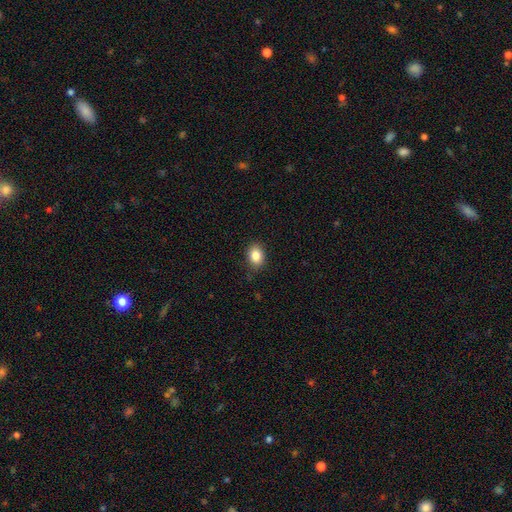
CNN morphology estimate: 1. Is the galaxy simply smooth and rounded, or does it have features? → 85% smooth, 9% star or artifact, 6% featured or disk.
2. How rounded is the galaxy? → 65% in between, 34% round, 1% cigar-shaped.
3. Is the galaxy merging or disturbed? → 85% none, 12% minor disturbance, 2% major disturbance, 1% merger.